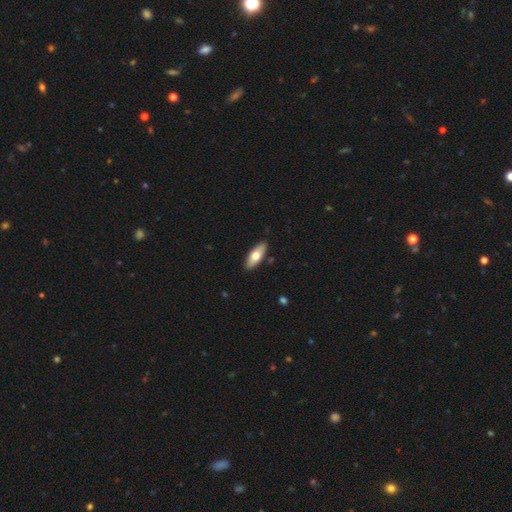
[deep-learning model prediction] Smooth or featured? Predicted: smooth (p=0.66). How rounded? Predicted: in between (p=0.69). Merging? Predicted: none (p=0.89).